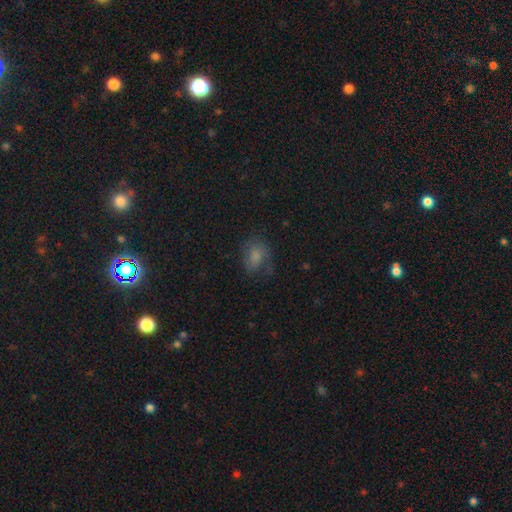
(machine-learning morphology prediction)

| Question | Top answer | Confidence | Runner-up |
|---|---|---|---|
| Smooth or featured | smooth | 64% | featured or disk (23%) |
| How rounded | in between | 66% | round (33%) |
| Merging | none | 55% | minor disturbance (25%) |